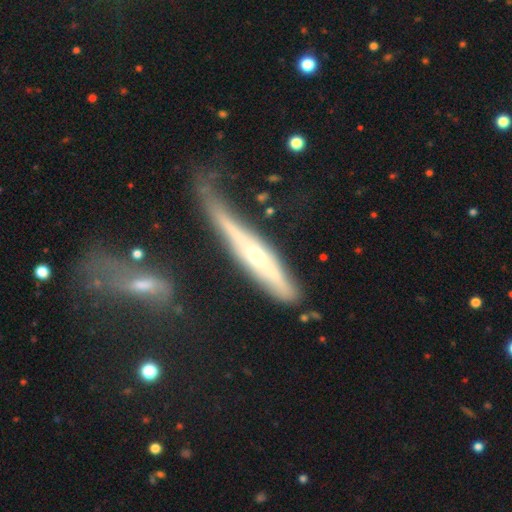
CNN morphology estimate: The model was most divided on "merging": none: 37%, minor disturbance: 31%, major disturbance: 25%, merger: 7%. More confident: edge-on disk — yes (77%); smooth or featured — featured or disk (65%).